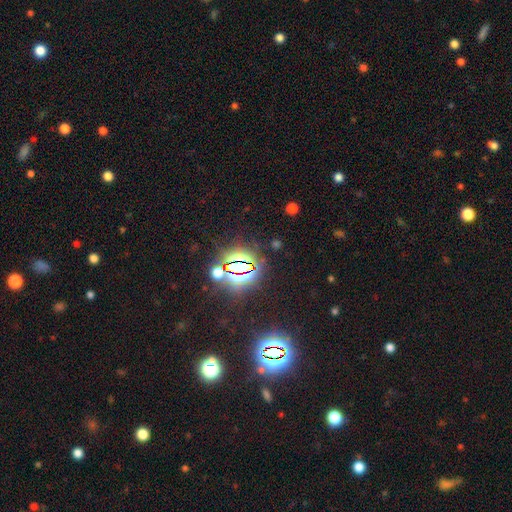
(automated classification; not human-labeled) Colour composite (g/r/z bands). It shows a star or artifact, not a galaxy (83%).